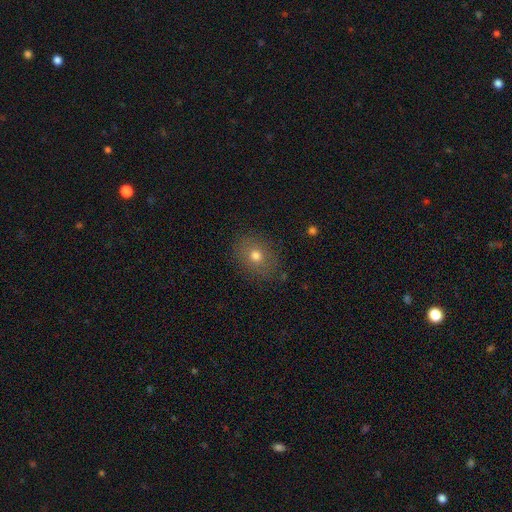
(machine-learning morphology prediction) A smooth galaxy with no disk features (73%) that is in between round and cigar-shaped (51%). Merging: none (84%).